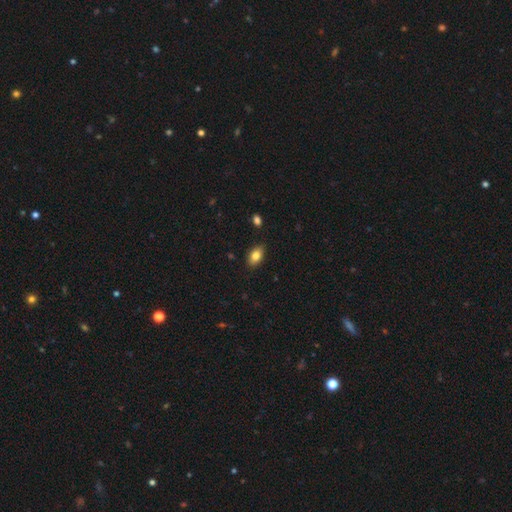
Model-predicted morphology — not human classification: smooth 83%, featured or disk 9%, star or artifact 8%. Down the decision tree: how rounded — in between (88%); merging — none (85%).